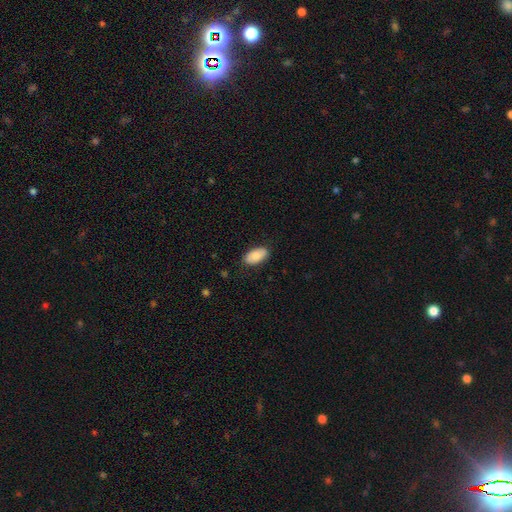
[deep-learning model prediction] This is clearly a smooth galaxy (82%). How rounded: clearly in between (94%). Merging: clearly none (83%).